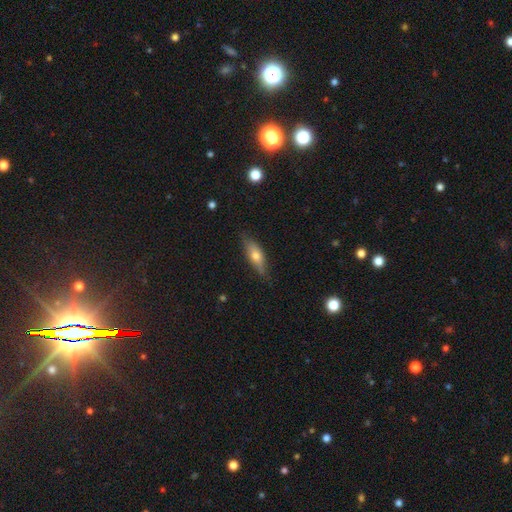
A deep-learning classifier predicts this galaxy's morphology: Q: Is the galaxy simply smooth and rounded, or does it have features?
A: smooth — 61%.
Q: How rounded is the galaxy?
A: in between — 56%.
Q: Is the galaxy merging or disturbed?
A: none — 77%.